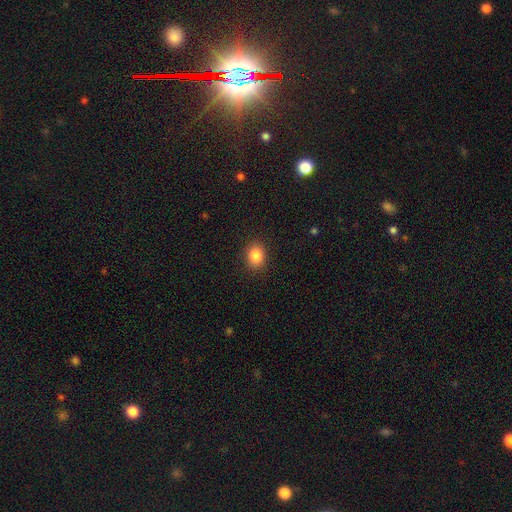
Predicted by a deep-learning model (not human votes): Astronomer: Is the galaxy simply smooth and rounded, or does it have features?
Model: smooth — 85%.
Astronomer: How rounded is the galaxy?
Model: in between — 53% (runner-up: round, 46%).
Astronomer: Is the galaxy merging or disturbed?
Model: none — 89%.